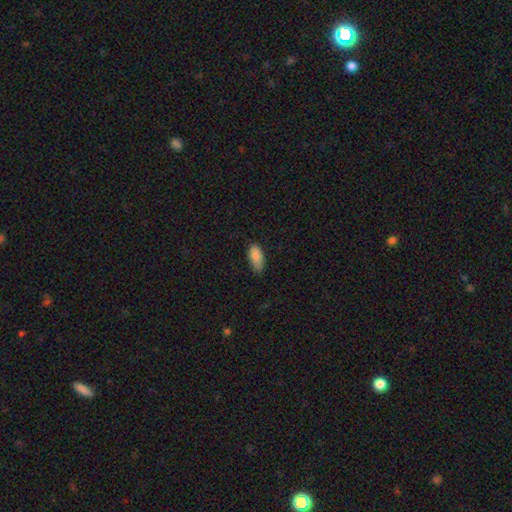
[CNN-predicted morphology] smooth 88%, star or artifact 7%, featured or disk 4%. Down the decision tree: how rounded — in between (90%); merging — none (70%).